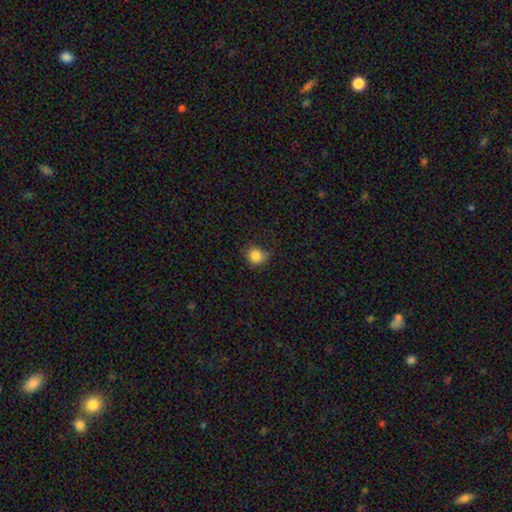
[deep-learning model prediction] Smooth or featured? smooth (84%)
How rounded? round (83%)
Merging? none (71%)